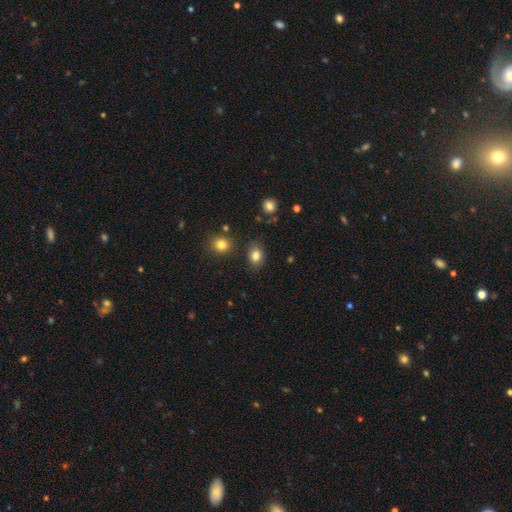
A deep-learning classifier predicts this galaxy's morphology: Smooth or featured? smooth (83%)
How rounded? in between (58%)
Merging? none (82%)